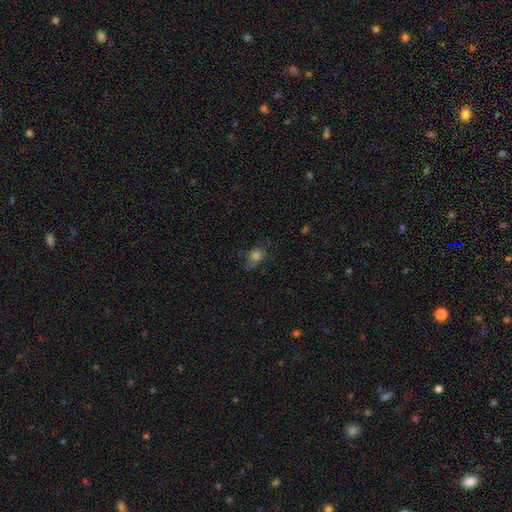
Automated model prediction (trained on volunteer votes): smooth-or-featured: smooth: 71% | star or artifact: 15% | featured or disk: 14%
  how-rounded: in between: 52% | round: 46% | cigar-shaped: 2%
  merging: none: 53% | minor disturbance: 28% | major disturbance: 17% | merger: 2%